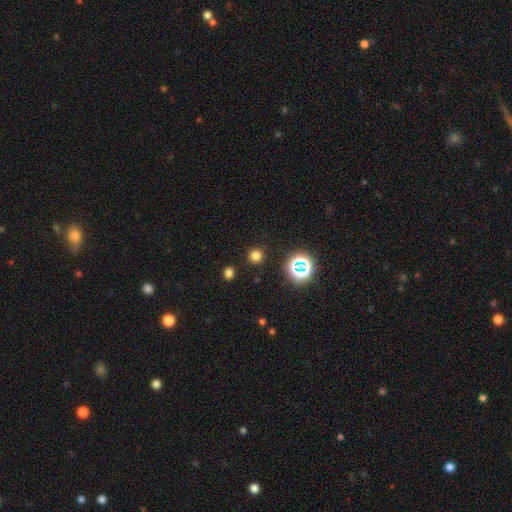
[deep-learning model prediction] Smooth or featured? Predicted: smooth (p=0.73). How rounded? Predicted: round (p=0.92). Merging? Predicted: none (p=0.89).